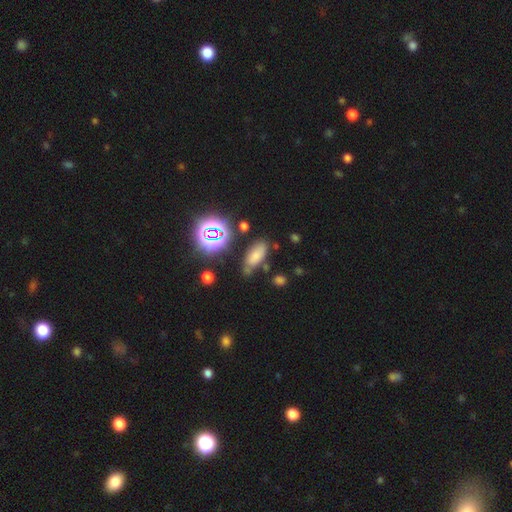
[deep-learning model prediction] Q: Smooth or featured?
A: smooth (65%); runner-up: star or artifact (23%)
Q: How rounded?
A: in between (82%); runner-up: cigar-shaped (12%)
Q: Merging?
A: none (67%); runner-up: minor disturbance (20%)